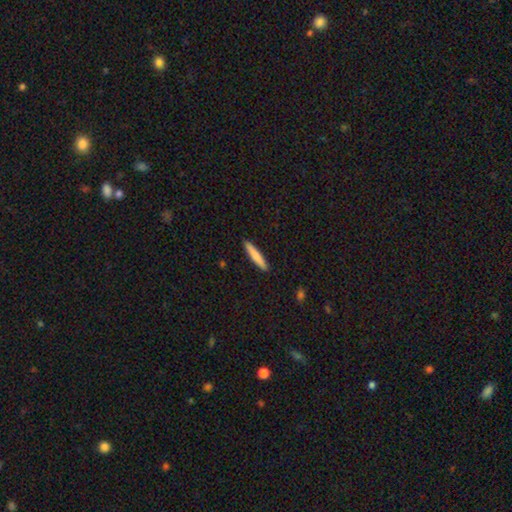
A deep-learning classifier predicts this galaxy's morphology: Smooth or featured? smooth (77%)
How rounded? cigar-shaped (92%)
Merging? none (91%)